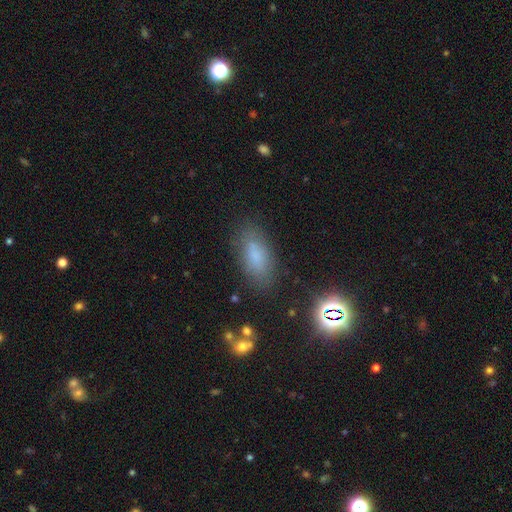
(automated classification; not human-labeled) Smooth or featured?
  - smooth: 74% *
  - star or artifact: 13%
  - featured or disk: 13%
How rounded?
  - in between: 83% *
  - cigar-shaped: 13%
  - round: 3%
Merging?
  - none: 77% *
  - minor disturbance: 15%
  - major disturbance: 5%
  - merger: 3%